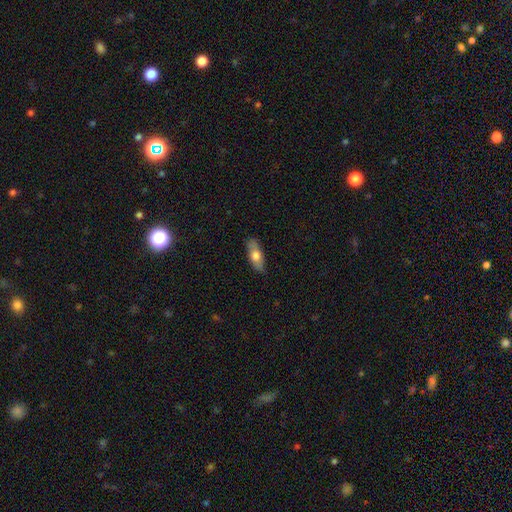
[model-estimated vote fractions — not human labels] smooth 64%, featured or disk 30%, star or artifact 6%. Down the decision tree: how rounded — in between (69%); merging — none (82%).